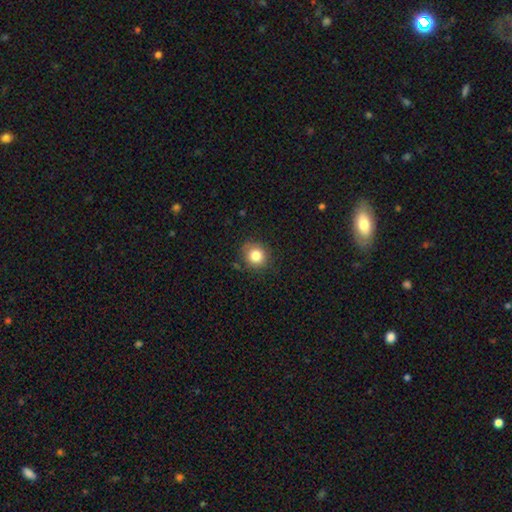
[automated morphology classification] The model was most divided on "merging": none: 83%, minor disturbance: 12%, major disturbance: 3%, merger: 2%. More confident: how rounded — round (87%); smooth or featured — smooth (83%).